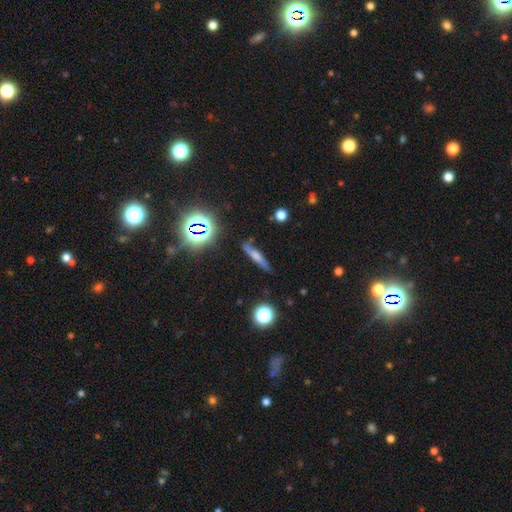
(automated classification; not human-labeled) The model was most divided on "smooth or featured": smooth: 51%, featured or disk: 34%, star or artifact: 14%. More confident: how rounded — cigar-shaped (86%); merging — none (77%).